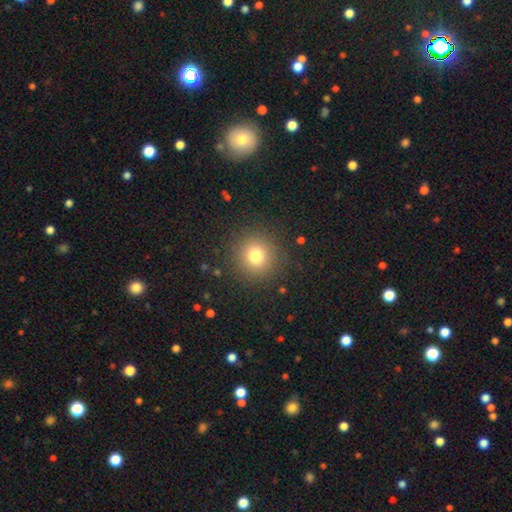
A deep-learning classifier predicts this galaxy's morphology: Q: Smooth or featured?
A: smooth (76%); runner-up: star or artifact (15%)
Q: How rounded?
A: round (93%); runner-up: in between (6%)
Q: Merging?
A: none (89%); runner-up: minor disturbance (7%)